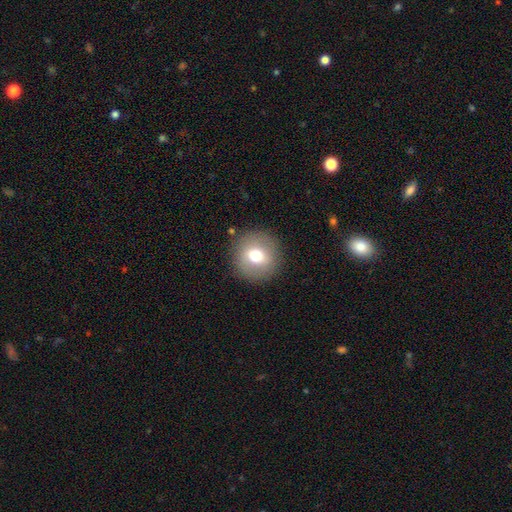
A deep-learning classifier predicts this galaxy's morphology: type=smooth (69%); roundness=round (94%); merging=none (88%).